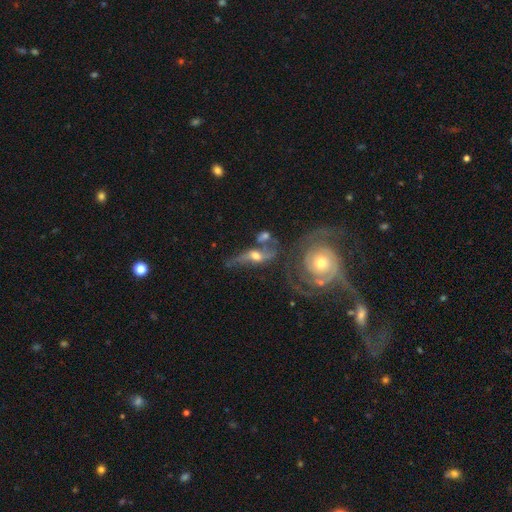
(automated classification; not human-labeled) A featured or disk galaxy (66%). Merging: merger (31%).